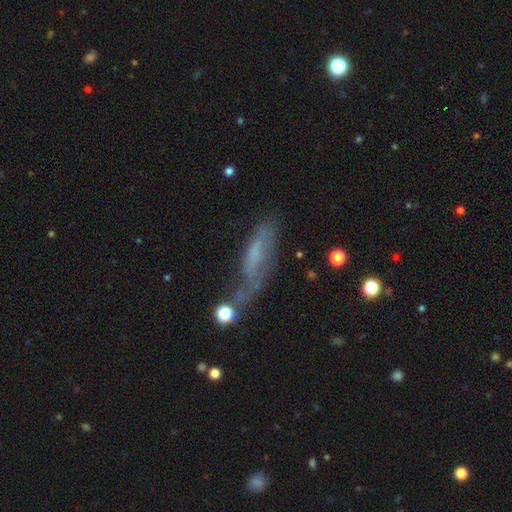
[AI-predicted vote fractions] Smooth or featured? Predicted: featured or disk (p=0.49). Merging? Predicted: none (p=0.43).